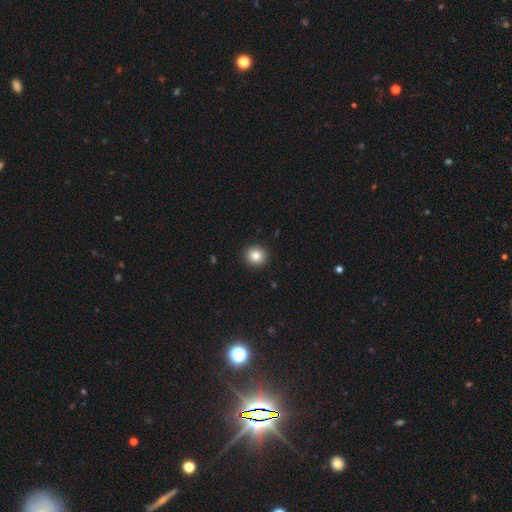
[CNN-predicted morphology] Smooth or featured? Predicted: smooth (p=0.83). How rounded? Predicted: round (p=0.92). Merging? Predicted: none (p=0.93).